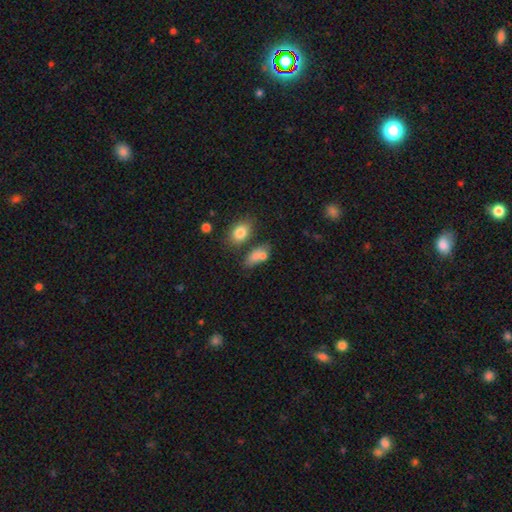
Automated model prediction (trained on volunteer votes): Smooth or featured? Predicted: smooth (p=0.76). How rounded? Predicted: in between (p=0.79). Merging? Predicted: none (p=0.44).